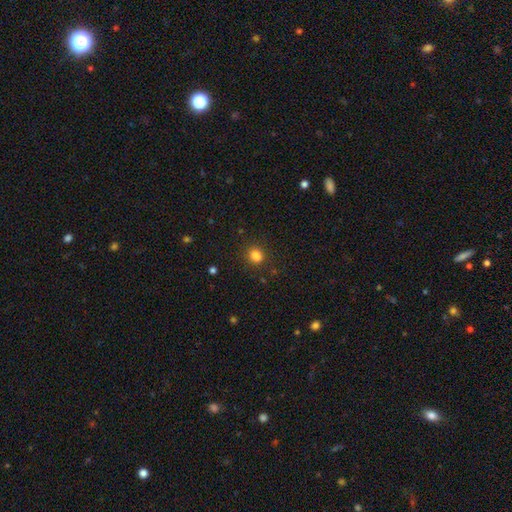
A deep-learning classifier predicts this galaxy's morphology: smooth-or-featured: smooth: 81% | star or artifact: 14% | featured or disk: 5%
  how-rounded: round: 67% | in between: 31% | cigar-shaped: 1%
  merging: none: 79% | minor disturbance: 11% | merger: 6% | major disturbance: 4%